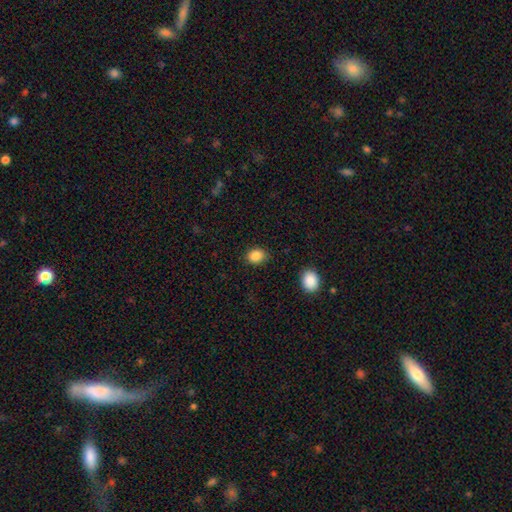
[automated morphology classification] smooth 87%, star or artifact 10%, featured or disk 4%. Down the decision tree: how rounded — in between (51%); merging — none (85%).